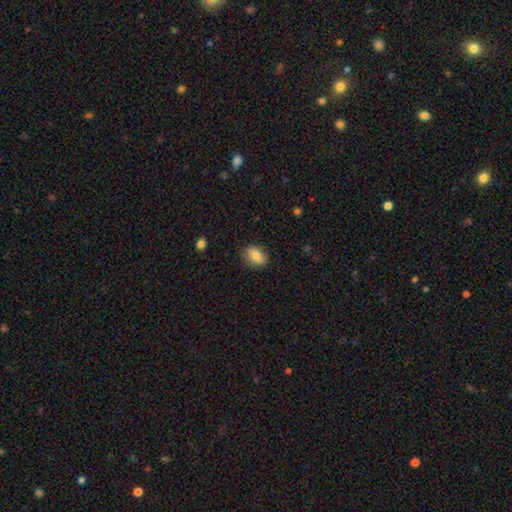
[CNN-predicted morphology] This is likely a smooth galaxy (71%). How rounded: likely in between (75%). Merging: likely none (79%).